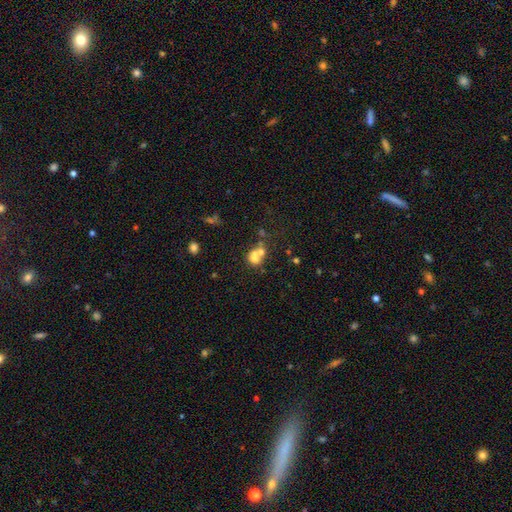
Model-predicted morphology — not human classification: Smooth or featured?
  - smooth: 63% *
  - featured or disk: 22%
  - star or artifact: 14%
How rounded?
  - round: 60% *
  - in between: 39%
  - cigar-shaped: 1%
Merging?
  - merger: 57% *
  - none: 27%
  - minor disturbance: 9%
  - major disturbance: 7%